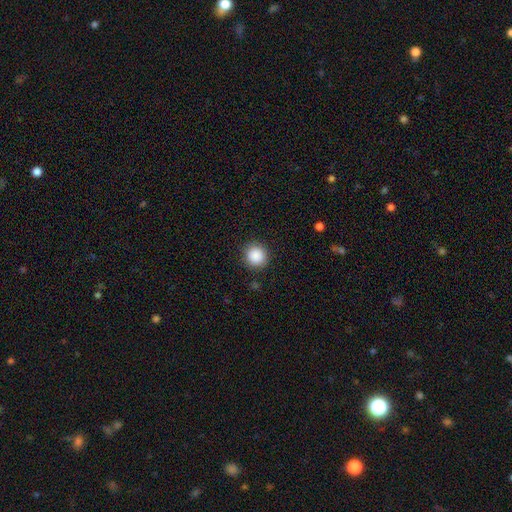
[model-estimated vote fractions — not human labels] Morphology: type=smooth (88%); roundness=round (94%); merging=none (90%).